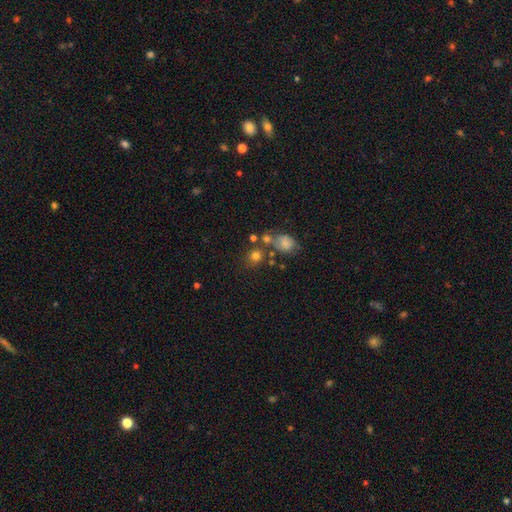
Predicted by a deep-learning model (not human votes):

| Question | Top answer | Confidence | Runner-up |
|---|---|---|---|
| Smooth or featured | smooth | 75% | star or artifact (15%) |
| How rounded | round | 80% | in between (18%) |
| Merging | none | 60% | merger (22%) |